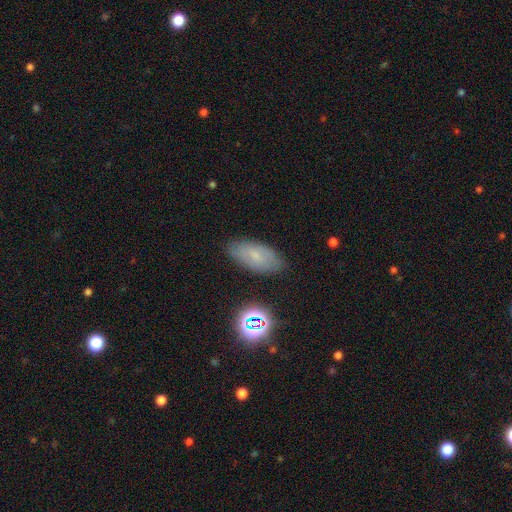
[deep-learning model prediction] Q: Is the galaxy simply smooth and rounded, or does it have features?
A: smooth — 64%.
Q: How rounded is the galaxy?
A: in between — 90%.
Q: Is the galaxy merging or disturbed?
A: none — 81%.